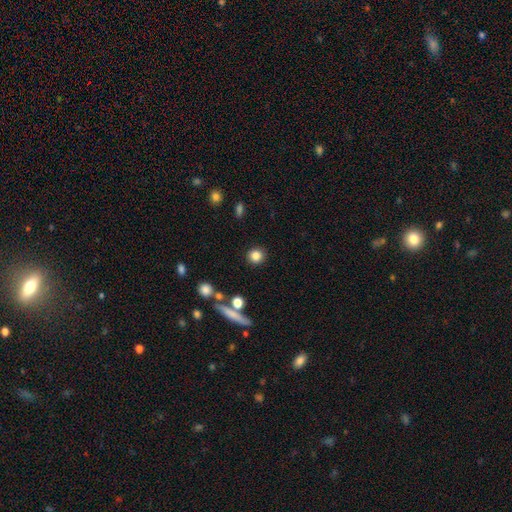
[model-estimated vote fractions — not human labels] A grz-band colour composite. It shows a smooth galaxy with no disk features (83%) that is round (90%). Merging: none (88%).